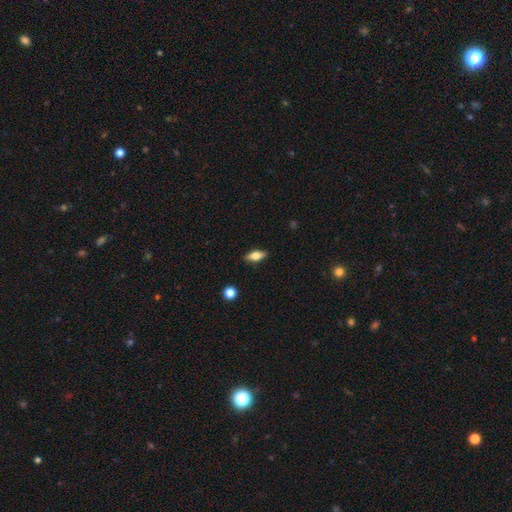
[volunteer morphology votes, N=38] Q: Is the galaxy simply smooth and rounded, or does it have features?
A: smooth — 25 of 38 (66%).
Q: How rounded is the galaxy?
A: in between — 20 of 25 (80%).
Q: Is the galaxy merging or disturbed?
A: none — 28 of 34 (82%).